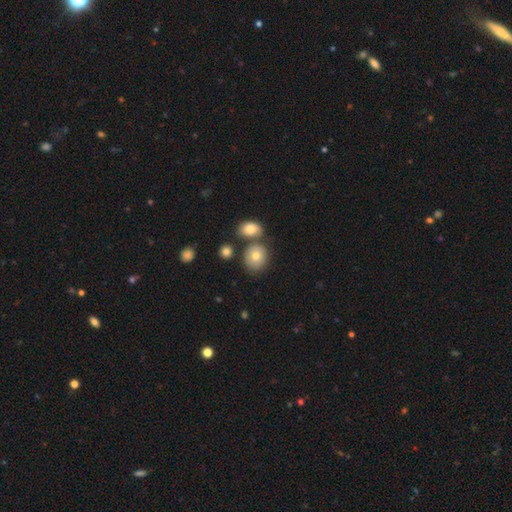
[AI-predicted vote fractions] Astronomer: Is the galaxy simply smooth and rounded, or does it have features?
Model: smooth — 77%.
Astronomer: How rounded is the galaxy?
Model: round — 72%.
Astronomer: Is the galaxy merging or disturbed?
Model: none — 64%.